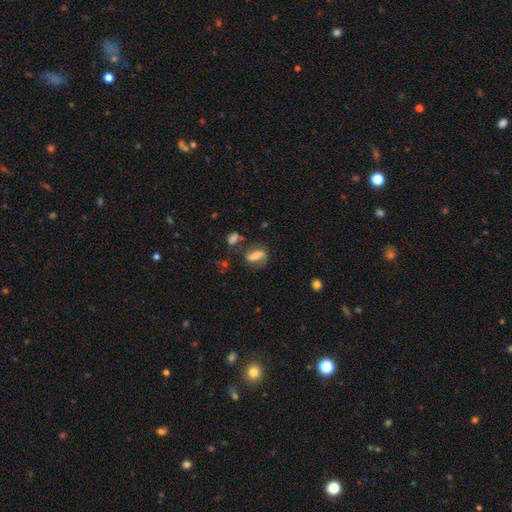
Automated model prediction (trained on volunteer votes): A smooth galaxy with no disk features (46%).

Vote fractions:
- Smooth or featured? smooth: 46% / featured or disk: 44% / star or artifact: 10%
- Merging? none: 58% / minor disturbance: 21% / major disturbance: 13% / merger: 8%